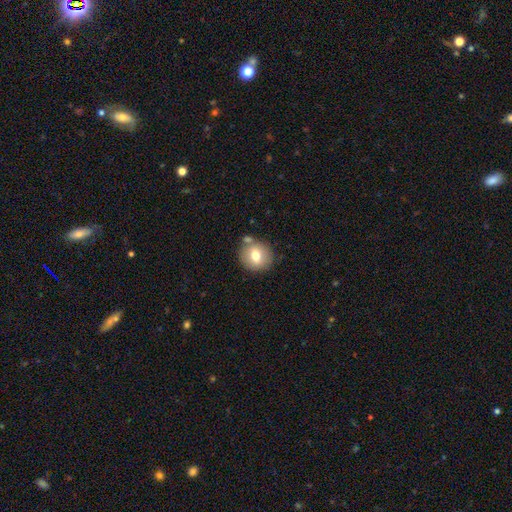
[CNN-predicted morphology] Smooth or featured? Predicted: smooth (p=0.71). How rounded? Predicted: round (p=0.81). Merging? Predicted: none (p=0.73).